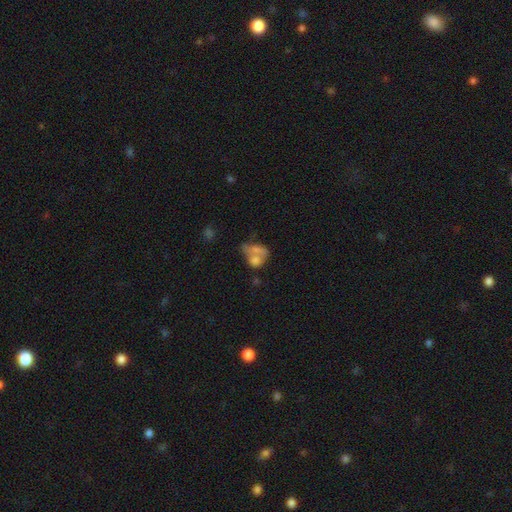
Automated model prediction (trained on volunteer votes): Smooth or featured? smooth (62%)
How rounded? in between (58%)
Merging? merger (61%)